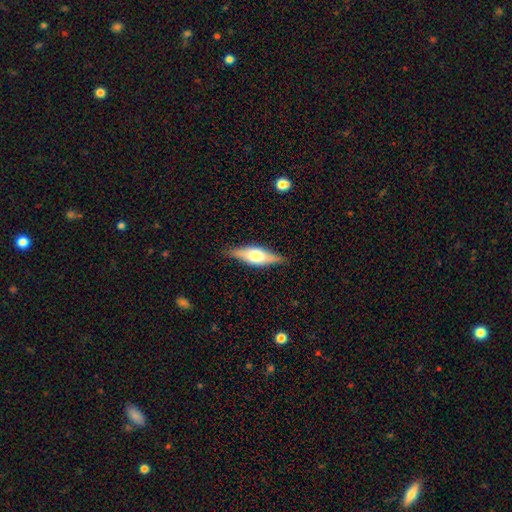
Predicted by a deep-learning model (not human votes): A featured or disk galaxy (53%) viewed edge-on (91%).

Vote fractions:
- Smooth or featured? featured or disk: 53% / smooth: 41% / star or artifact: 6%
- Edge-on disk? yes: 91% / no: 9%
- Merging? none: 86% / minor disturbance: 11% / major disturbance: 2% / merger: 1%